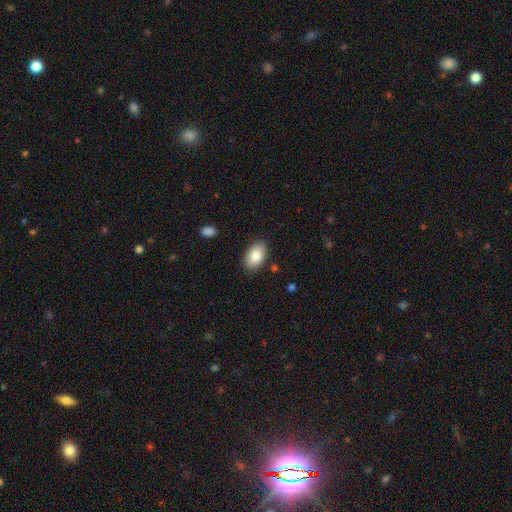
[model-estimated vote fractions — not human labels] This is clearly a smooth galaxy (85%). How rounded: clearly in between (93%). Merging: clearly none (87%).